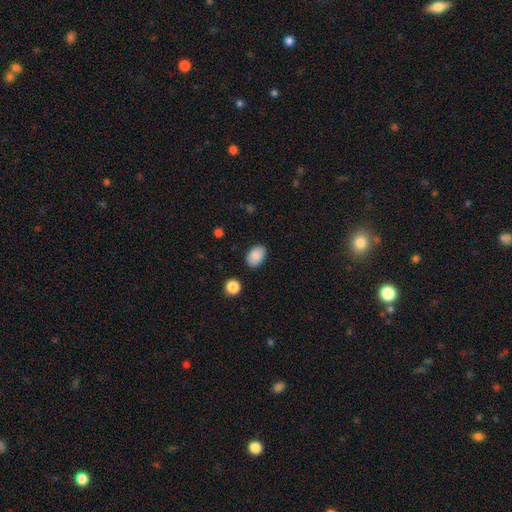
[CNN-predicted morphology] smooth 89%, star or artifact 7%, featured or disk 4%. Down the decision tree: how rounded — in between (87%); merging — none (87%).